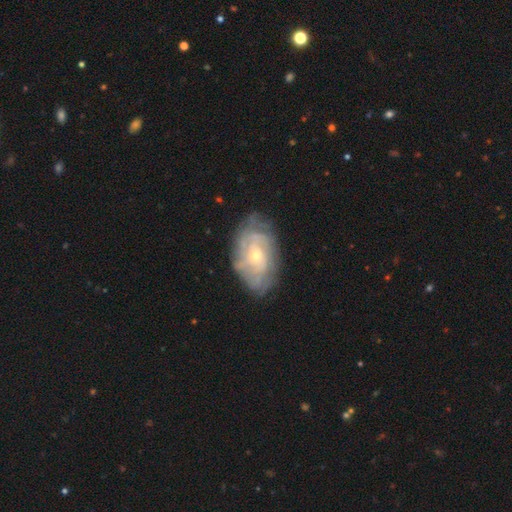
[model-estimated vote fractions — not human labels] Q: Smooth or featured?
A: featured or disk (77%); runner-up: smooth (17%)
Q: Edge-on disk?
A: no (95%); runner-up: yes (5%)
Q: Bar?
A: no (77%); runner-up: weak (20%)
Q: Spiral arms?
A: yes (87%); runner-up: no (13%)
Q: Spiral winding?
A: tight (68%); runner-up: medium (24%)
Q: Spiral arm count?
A: can't tell (55%); runner-up: 2 (12%)
Q: Bulge size?
A: small (68%); runner-up: moderate (28%)
Q: Merging?
A: none (71%); runner-up: minor disturbance (20%)